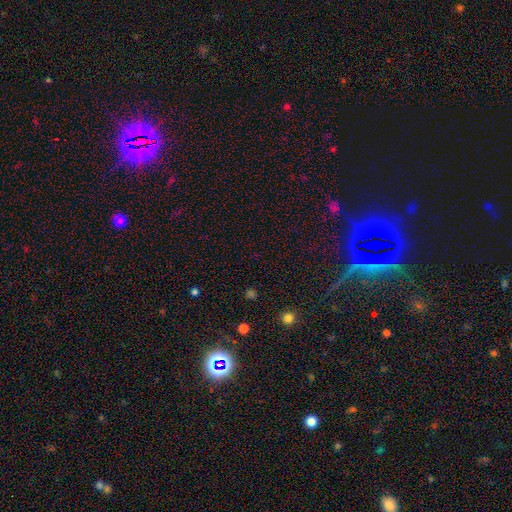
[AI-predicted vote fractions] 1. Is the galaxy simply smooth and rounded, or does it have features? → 62% star or artifact, 31% smooth, 7% featured or disk.